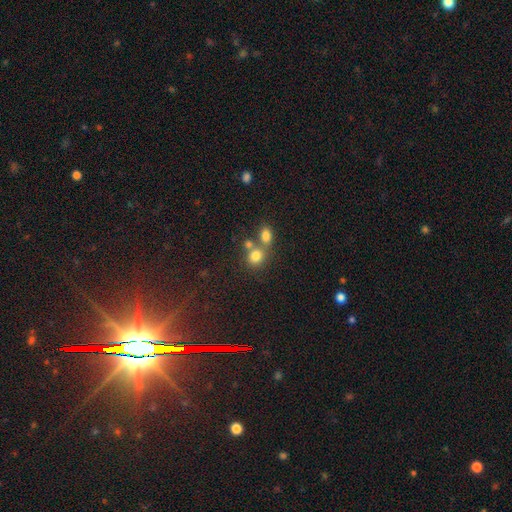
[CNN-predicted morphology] A smooth galaxy with no disk features (78%) that is round (70%).

Vote fractions:
- Smooth or featured? smooth: 78% / star or artifact: 13% / featured or disk: 10%
- How rounded? round: 70% / in between: 29% / cigar-shaped: 1%
- Merging? none: 44% / merger: 43% / minor disturbance: 9% / major disturbance: 4%